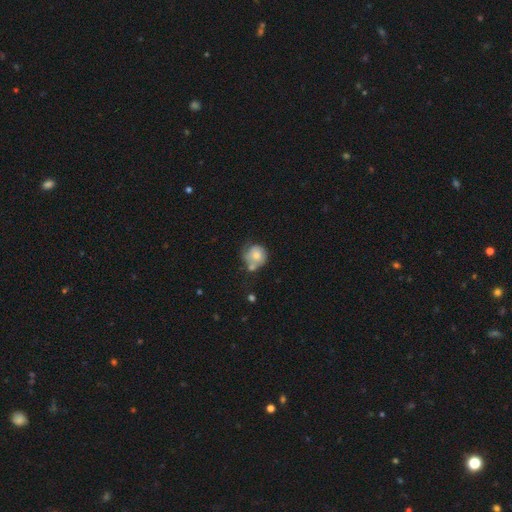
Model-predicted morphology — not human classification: smooth 69%, featured or disk 23%, star or artifact 8%. Down the decision tree: how rounded — round (84%); merging — none (41%).